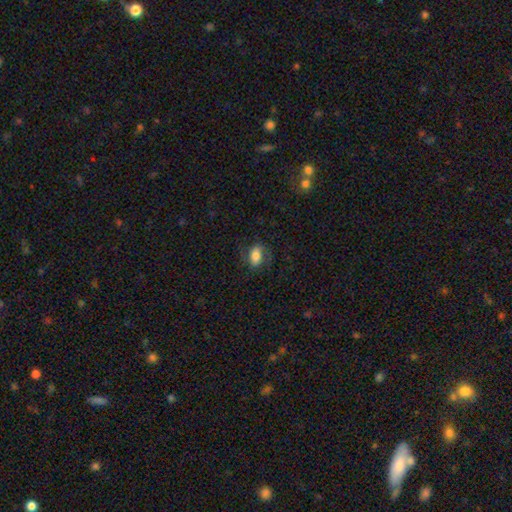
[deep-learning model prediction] Q: Smooth or featured?
A: smooth (68%); runner-up: featured or disk (24%)
Q: How rounded?
A: in between (87%); runner-up: round (10%)
Q: Merging?
A: none (70%); runner-up: minor disturbance (18%)